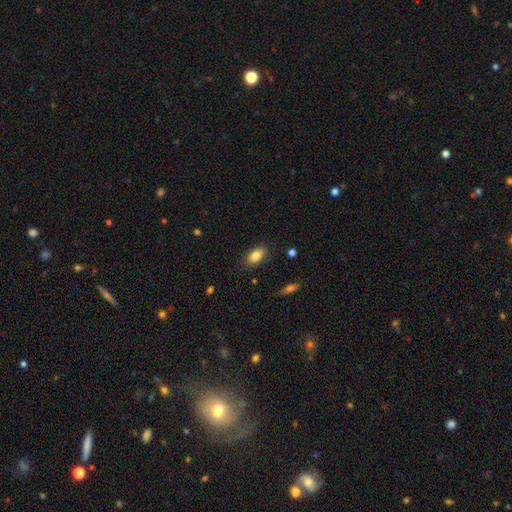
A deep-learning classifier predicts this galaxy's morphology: Overall: smooth (82%). How rounded: in between (89%). Merging: none (85%).